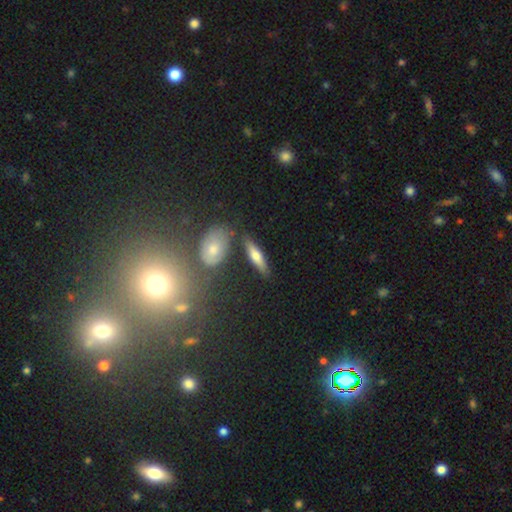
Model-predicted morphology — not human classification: This is possibly a smooth galaxy (58%). How rounded: likely cigar-shaped (62%). Merging: likely none (78%).